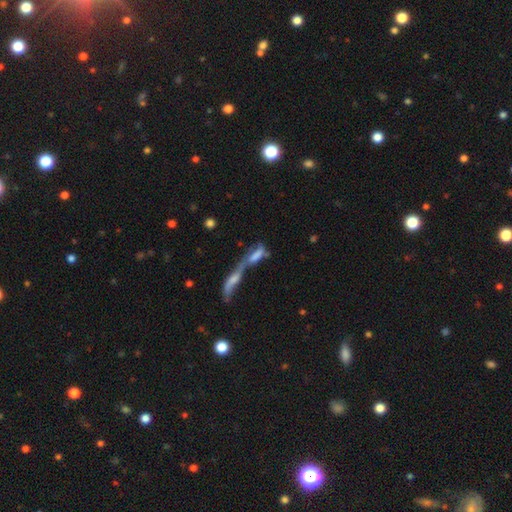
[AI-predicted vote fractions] This appears to be a featured or disk galaxy (44%). Merging: merger (81%).